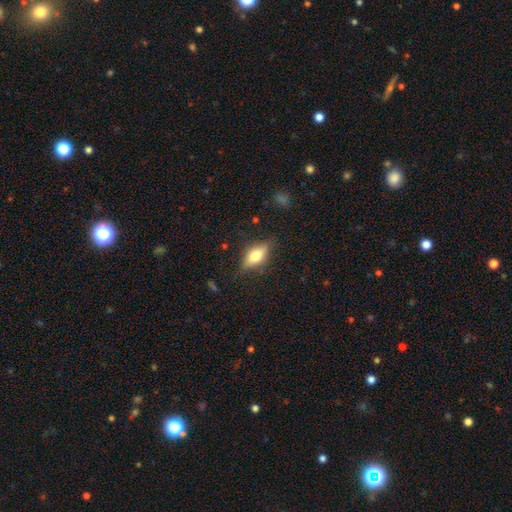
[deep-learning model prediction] Overall: smooth (62%; featured or disk 30%). How rounded: in between (78%). Merging: none (77%).